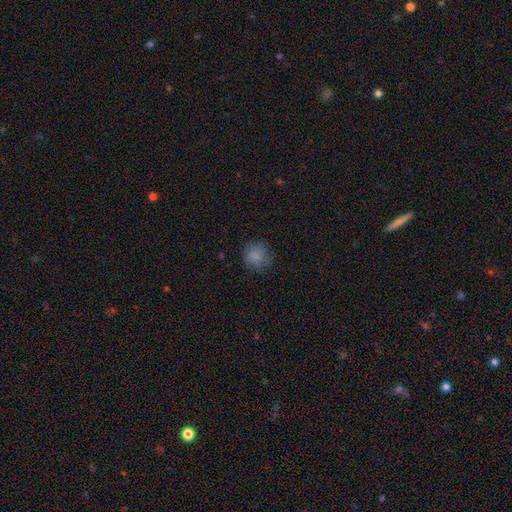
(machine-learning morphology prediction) smooth-or-featured: smooth: 84% | star or artifact: 9% | featured or disk: 7%
  how-rounded: round: 90% | in between: 9% | cigar-shaped: 1%
  merging: none: 81% | minor disturbance: 14% | major disturbance: 4% | merger: 1%